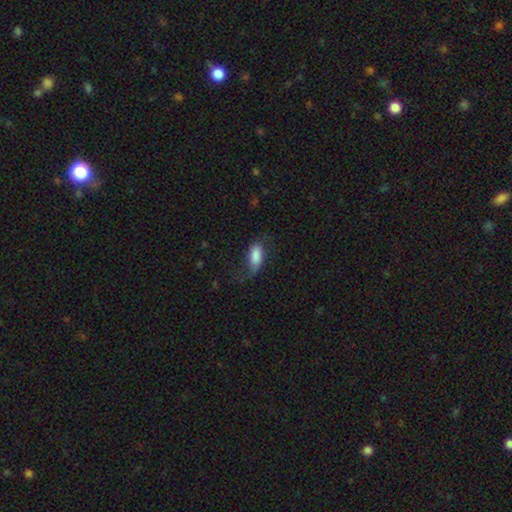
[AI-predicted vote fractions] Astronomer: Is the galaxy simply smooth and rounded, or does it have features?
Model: smooth — 76%.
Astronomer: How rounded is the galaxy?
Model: in between — 87%.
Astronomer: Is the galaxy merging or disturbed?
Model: none — 43% (runner-up: major disturbance, 28%).